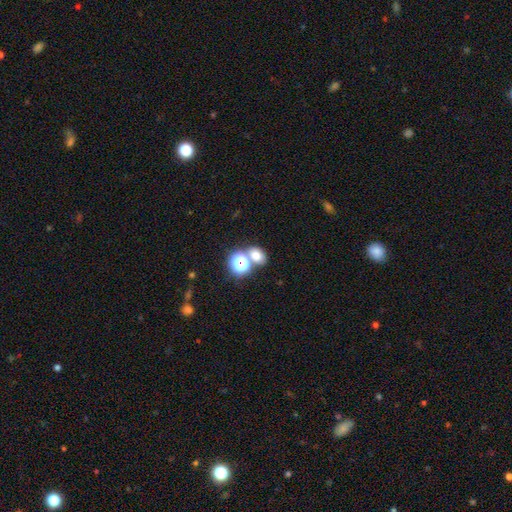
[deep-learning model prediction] Smooth or featured: smooth — 68% (star or artifact — 23%)
How rounded: in between — 54% (round — 45%)
Merging: none — 56% (merger — 32%)